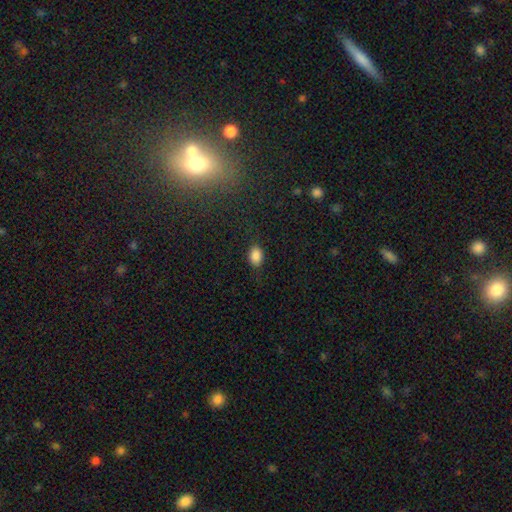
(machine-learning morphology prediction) smooth 86%, star or artifact 10%, featured or disk 5%. Down the decision tree: how rounded — in between (81%); merging — none (81%).